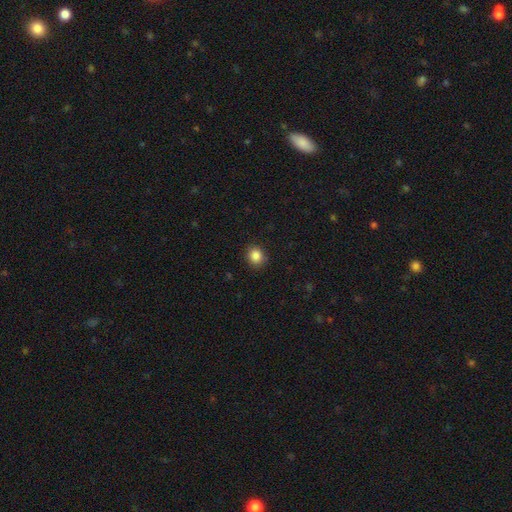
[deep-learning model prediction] The model was most divided on "how rounded": round: 75%, in between: 24%, cigar-shaped: 1%. More confident: merging — none (88%); smooth or featured — smooth (86%).